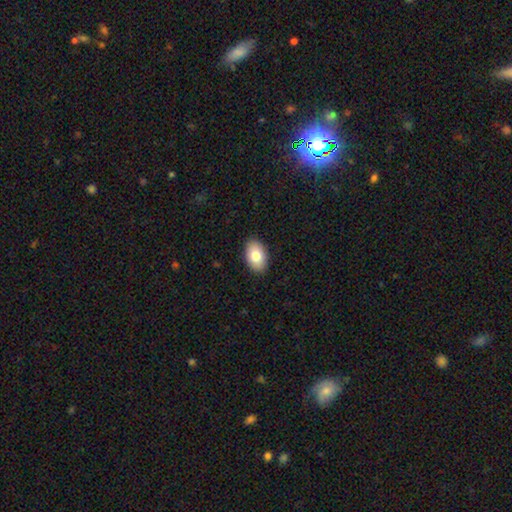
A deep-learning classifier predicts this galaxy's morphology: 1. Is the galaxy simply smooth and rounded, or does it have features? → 79% smooth, 14% featured or disk, 7% star or artifact.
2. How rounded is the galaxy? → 90% in between, 9% round, 1% cigar-shaped.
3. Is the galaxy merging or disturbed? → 90% none, 8% minor disturbance, 2% major disturbance, 1% merger.